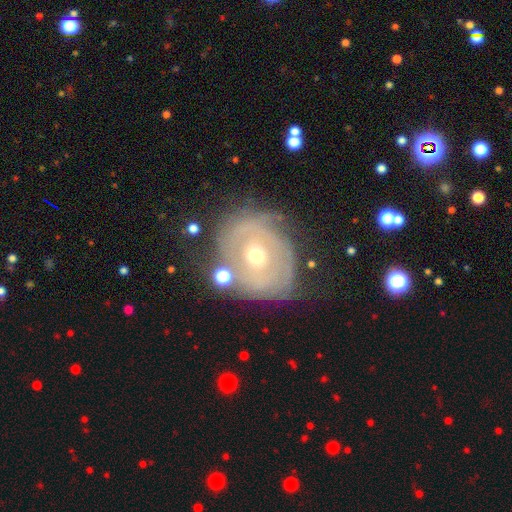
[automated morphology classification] featured or disk 76%, smooth 16%, star or artifact 8%. Down the decision tree: edge-on disk — no (96%); bar — no (72%); spiral arms — yes (74%); spiral arm count — can't tell (49%); spiral winding — tight (75%); bulge size — moderate (56%); merging — none (68%).